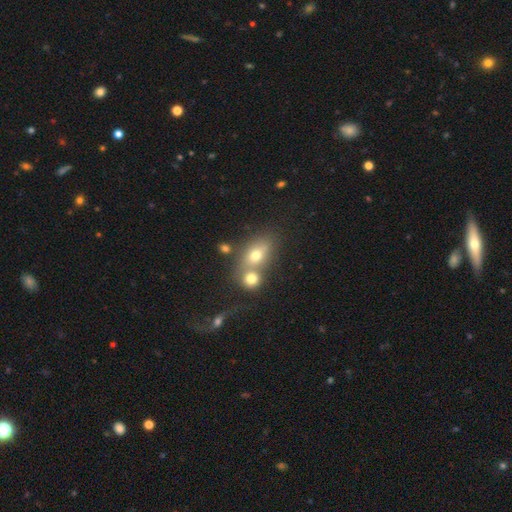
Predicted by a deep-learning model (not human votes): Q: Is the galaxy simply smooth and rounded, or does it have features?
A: smooth — 67%.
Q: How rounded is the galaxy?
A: in between — 64%.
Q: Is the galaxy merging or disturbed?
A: merger — 50%.